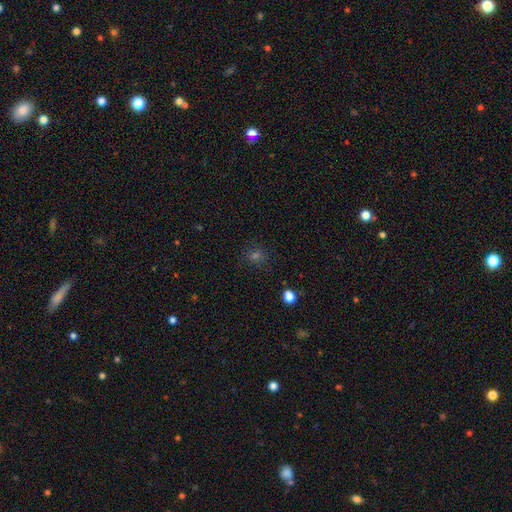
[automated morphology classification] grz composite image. It shows a smooth galaxy with no disk features (57%) that is round (85%). Merging: none (84%).